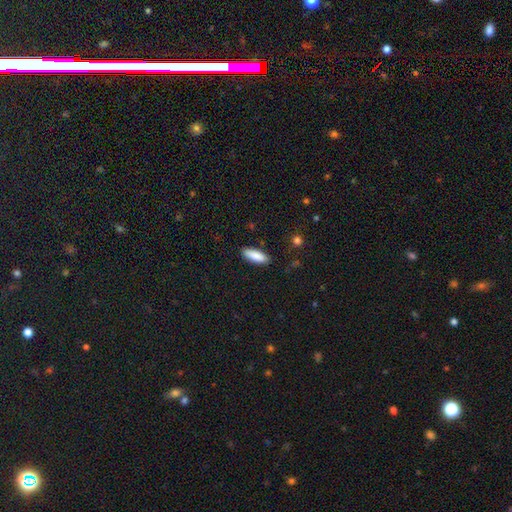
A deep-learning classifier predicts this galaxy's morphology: This is clearly a smooth galaxy (88%). How rounded: likely in between (62%). Merging: clearly none (88%).